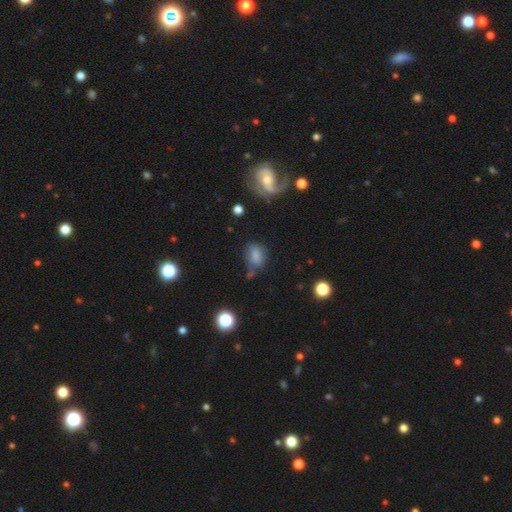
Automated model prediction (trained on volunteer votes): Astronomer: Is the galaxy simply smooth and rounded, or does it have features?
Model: smooth — 71%.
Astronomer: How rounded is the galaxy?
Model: in between — 73%.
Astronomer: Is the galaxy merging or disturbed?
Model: none — 45% (runner-up: minor disturbance, 29%).